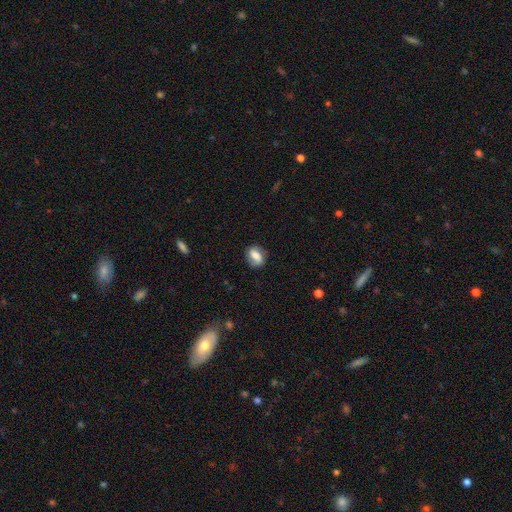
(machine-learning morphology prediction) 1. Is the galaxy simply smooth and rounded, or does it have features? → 57% smooth, 35% featured or disk, 9% star or artifact.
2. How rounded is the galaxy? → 68% in between, 29% round, 3% cigar-shaped.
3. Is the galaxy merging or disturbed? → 72% none, 20% minor disturbance, 7% major disturbance, 2% merger.